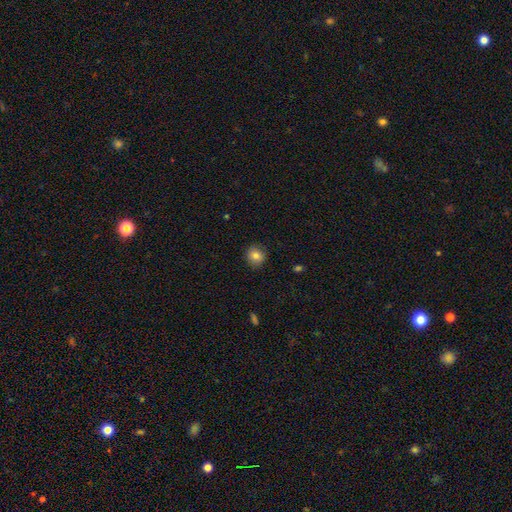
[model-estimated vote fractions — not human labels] This appears to be a smooth galaxy with no disk features (81%) that is round (89%). Merging: none (88%).